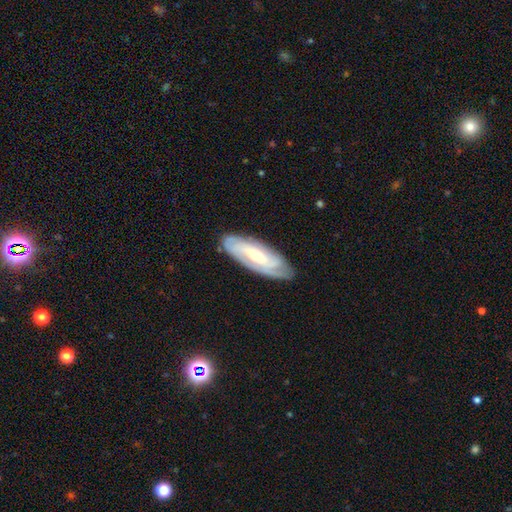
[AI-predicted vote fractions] A featured or disk galaxy (75%) with no bar (52%), tight (63%) spiral arms (90%) and a small central bulge (50%).

Vote fractions:
- Smooth or featured? featured or disk: 75% / smooth: 19% / star or artifact: 5%
- Edge-on disk? no: 85% / yes: 15%
- Bar? no: 52% / weak: 32% / strong: 17%
- Spiral arms? yes: 90% / no: 10%
- Spiral winding? tight: 63% / medium: 29% / loose: 9%
- Spiral arm count? can't tell: 39% / 2: 29% / 3: 16% / 4: 8% / 1: 4% / more than 4: 3%
- Bulge size? small: 50% / moderate: 46% / large: 2% / none: 1% / dominant: 1%
- Merging? none: 81% / minor disturbance: 15% / major disturbance: 3% / merger: 1%